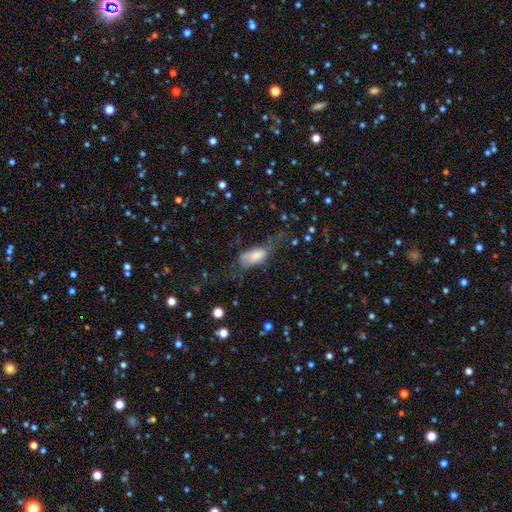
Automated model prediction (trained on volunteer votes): The model was most divided on "merging": major disturbance: 42%, minor disturbance: 30%, none: 22%, merger: 6%. More confident: how rounded — in between (85%); smooth or featured — smooth (72%).